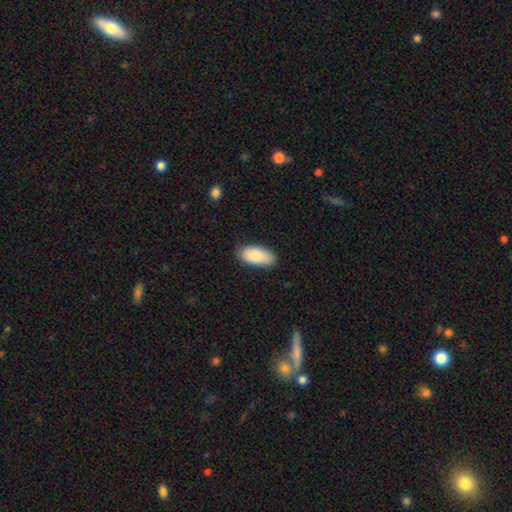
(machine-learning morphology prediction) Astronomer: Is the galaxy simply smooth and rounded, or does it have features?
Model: smooth — 86%.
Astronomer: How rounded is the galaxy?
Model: in between — 92%.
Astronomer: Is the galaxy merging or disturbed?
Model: none — 82%.